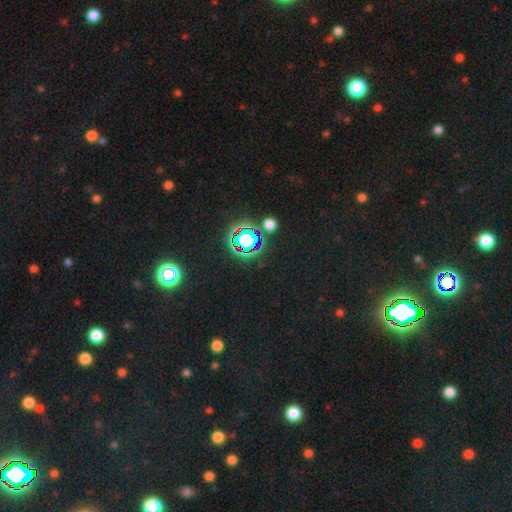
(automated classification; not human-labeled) Smooth or featured: star or artifact — 78% (smooth — 15%)